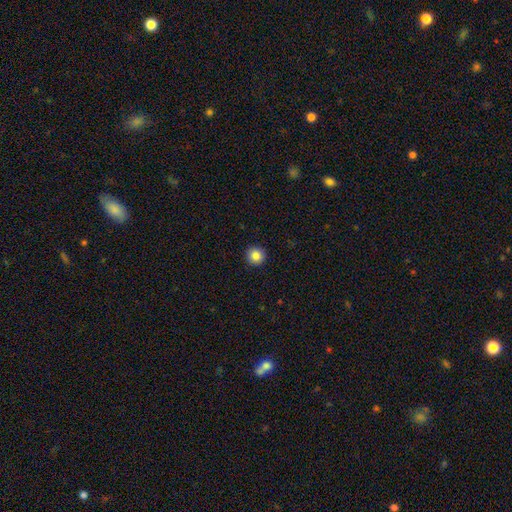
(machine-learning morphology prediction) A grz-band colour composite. It shows a smooth galaxy with no disk features (85%) that is round (95%). Merging: none (92%).